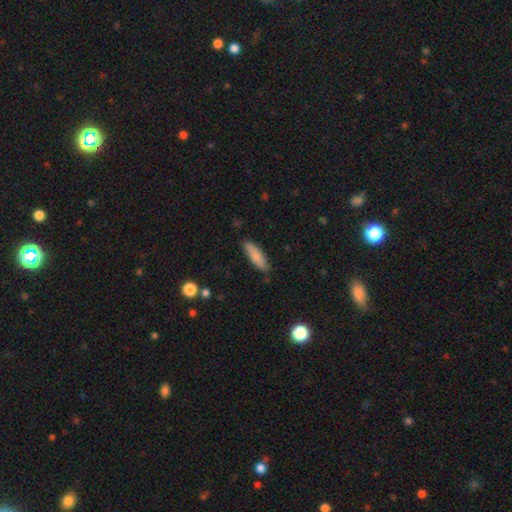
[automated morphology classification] type=smooth (84%); roundness=cigar-shaped (59%); merging=none (84%).